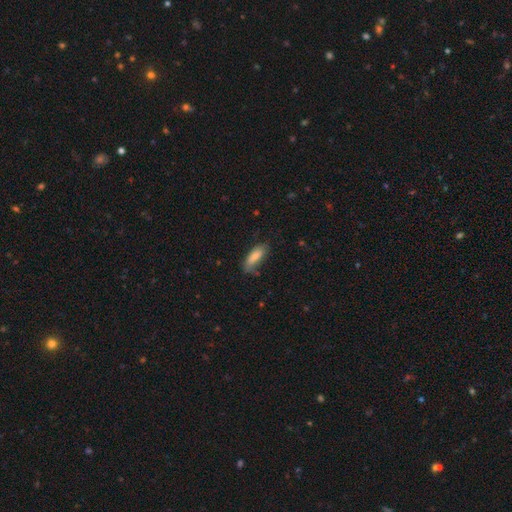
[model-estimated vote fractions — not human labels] Smooth or featured: smooth — 78% (featured or disk — 15%)
How rounded: in between — 68% (cigar-shaped — 30%)
Merging: none — 59% (minor disturbance — 29%)